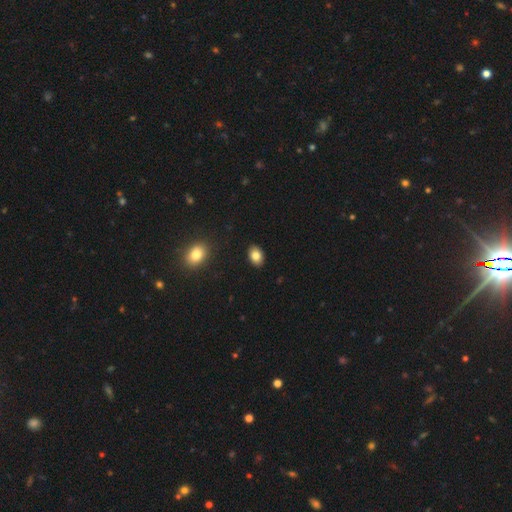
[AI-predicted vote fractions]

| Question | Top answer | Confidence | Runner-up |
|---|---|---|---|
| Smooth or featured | smooth | 83% | star or artifact (9%) |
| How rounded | in between | 81% | round (17%) |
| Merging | none | 90% | minor disturbance (7%) |